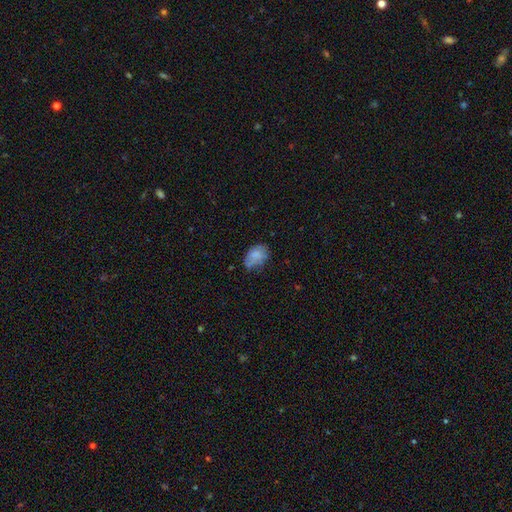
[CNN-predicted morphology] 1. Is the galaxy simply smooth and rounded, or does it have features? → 72% smooth, 18% featured or disk, 10% star or artifact.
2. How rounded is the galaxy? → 81% in between, 18% round, 1% cigar-shaped.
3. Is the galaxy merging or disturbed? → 47% none, 35% minor disturbance, 15% major disturbance, 3% merger.